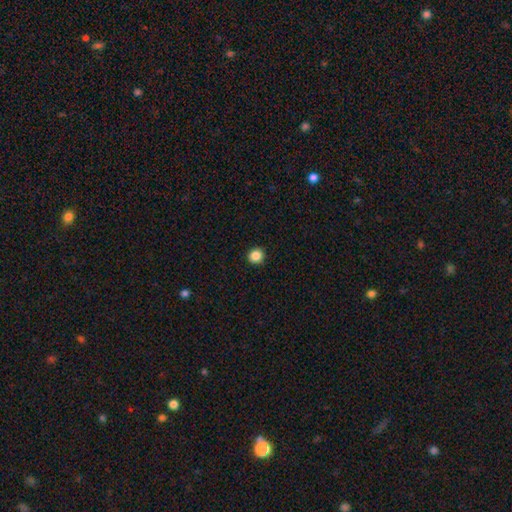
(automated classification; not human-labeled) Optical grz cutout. It shows a smooth galaxy with no disk features (86%) that is round (93%). Merging: none (93%).